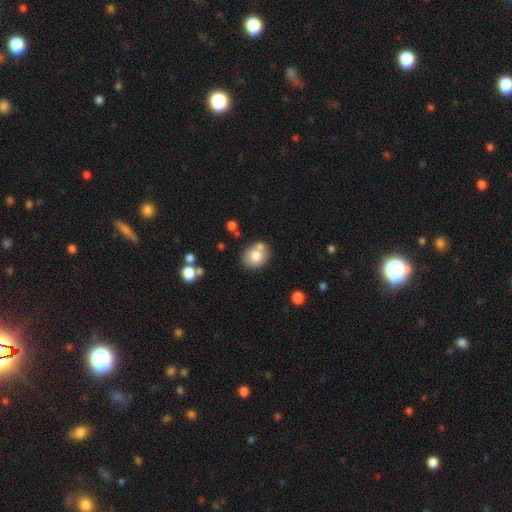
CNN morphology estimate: Overall: smooth (76%). How rounded: round (62%; in between 37%). Merging: none (64%).